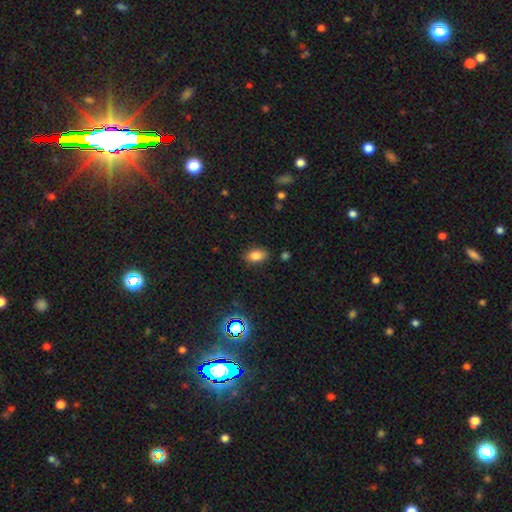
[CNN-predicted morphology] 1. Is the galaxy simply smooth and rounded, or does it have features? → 81% smooth, 12% star or artifact, 8% featured or disk.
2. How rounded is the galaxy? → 88% in between, 8% round, 4% cigar-shaped.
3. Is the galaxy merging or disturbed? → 85% none, 11% minor disturbance, 3% major disturbance, 2% merger.